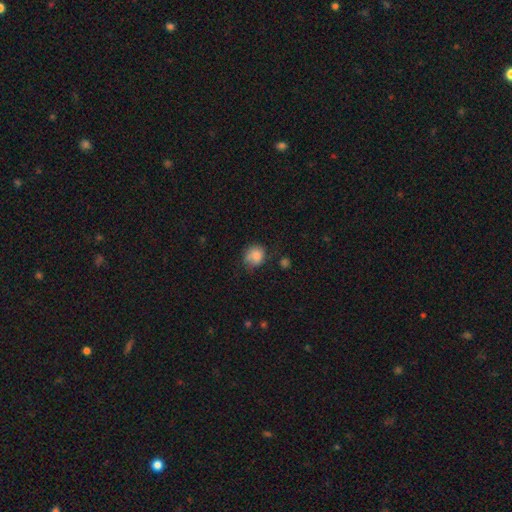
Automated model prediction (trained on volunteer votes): smooth 79%, featured or disk 12%, star or artifact 9%. Down the decision tree: how rounded — round (69%); merging — none (57%).